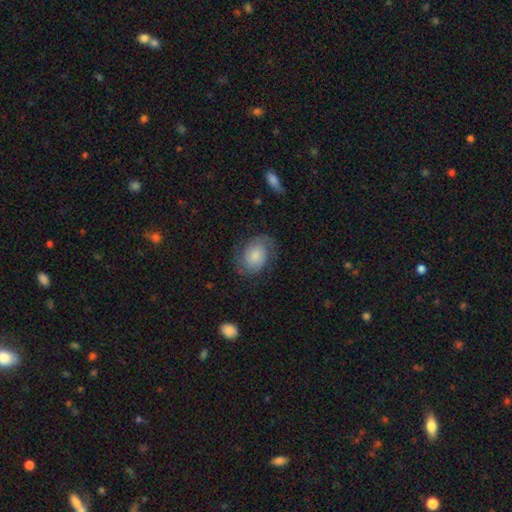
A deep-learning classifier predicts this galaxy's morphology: Overall: featured or disk (61%; smooth 30%). Edge-on disk: no (97%). Bar: no (73%). Spiral arms: yes (91%). Spiral arm count: 2 (78%). Spiral winding: tight (48%; medium 38%). Bulge size: moderate (38%; small 33%). Merging: none (74%).